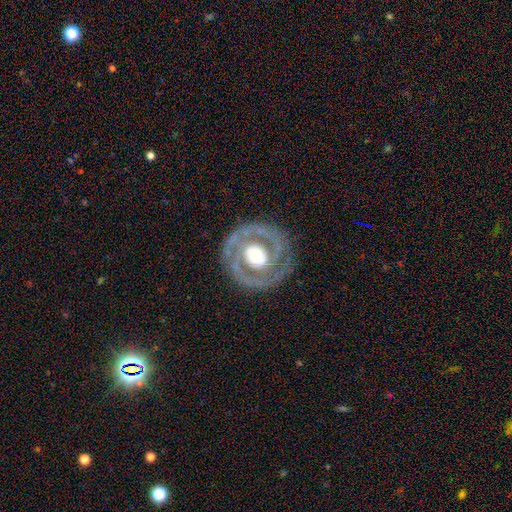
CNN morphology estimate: A featured or disk galaxy (80%) with no bar (68%), 2 (68%) tight (59%) spiral arms (72%) and a moderate central bulge (60%). Merging: none (81%).